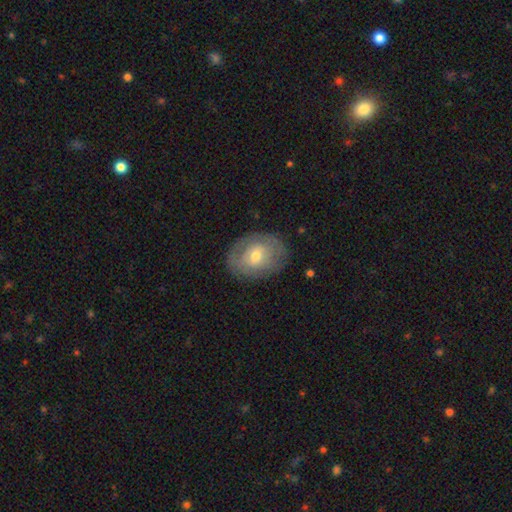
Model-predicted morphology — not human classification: smooth-or-featured: featured or disk: 49% | smooth: 43% | star or artifact: 8%
  merging: none: 78% | minor disturbance: 16% | major disturbance: 5% | merger: 1%